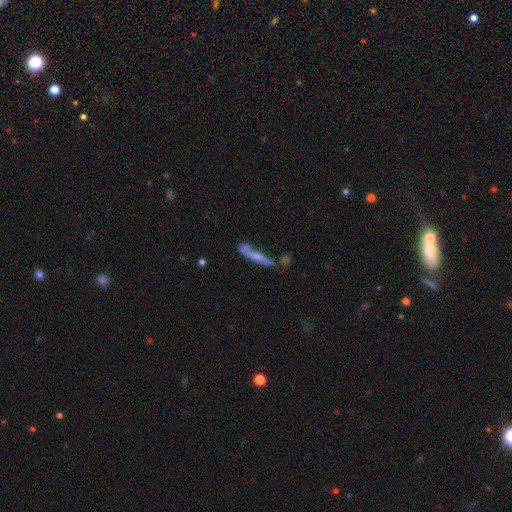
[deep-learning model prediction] Overall: smooth (49%; featured or disk 42%). Merging: none (50%; merger 20%).